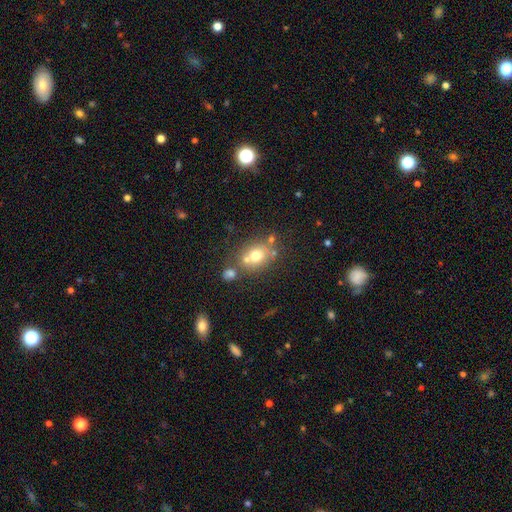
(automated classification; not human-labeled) Q: Smooth or featured?
A: smooth (68%); runner-up: featured or disk (19%)
Q: How rounded?
A: round (56%); runner-up: in between (43%)
Q: Merging?
A: none (57%); runner-up: merger (25%)